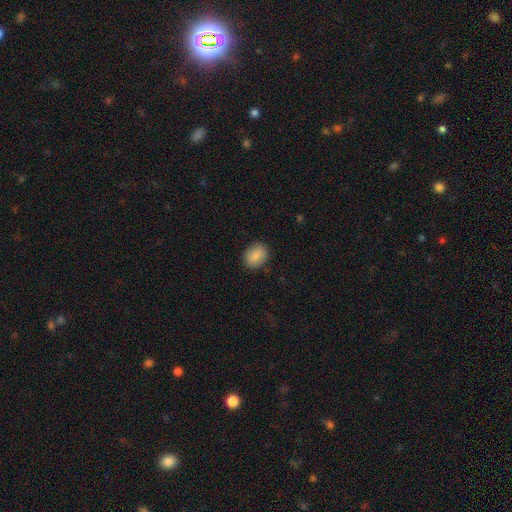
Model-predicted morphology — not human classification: The model was most divided on "how rounded": in between: 66%, round: 33%, cigar-shaped: 1%. More confident: merging — none (88%); smooth or featured — smooth (87%).